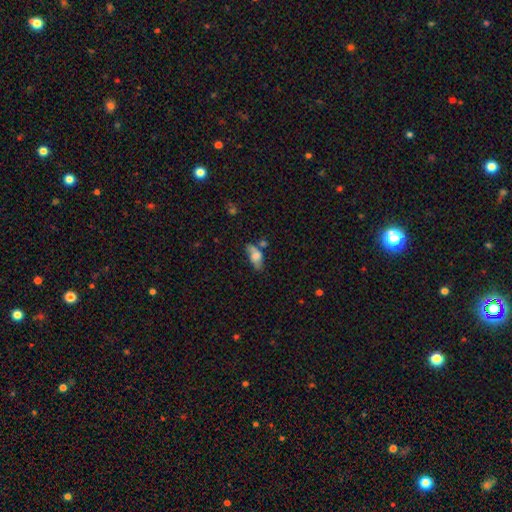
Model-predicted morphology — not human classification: A smooth galaxy with no disk features (63%) that is in between round and cigar-shaped (85%).

Vote fractions:
- Smooth or featured? smooth: 63% / featured or disk: 28% / star or artifact: 9%
- How rounded? in between: 85% / cigar-shaped: 11% / round: 4%
- Merging? none: 43% / minor disturbance: 26% / merger: 20% / major disturbance: 11%